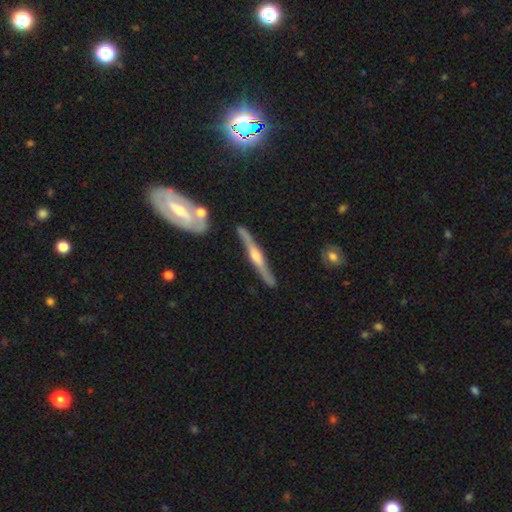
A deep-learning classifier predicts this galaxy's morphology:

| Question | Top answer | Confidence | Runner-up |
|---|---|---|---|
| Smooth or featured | featured or disk | 81% | smooth (15%) |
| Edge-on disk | yes | 96% | no (4%) |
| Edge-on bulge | rounded | 83% | boxy (10%) |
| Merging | none | 84% | minor disturbance (10%) |